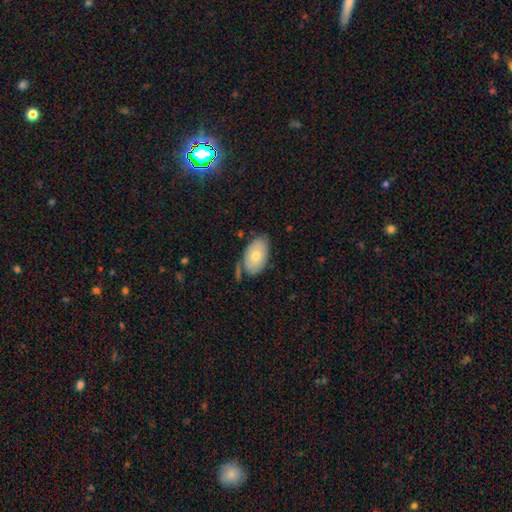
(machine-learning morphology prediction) This appears to be a smooth galaxy with no disk features (73%) that is in between round and cigar-shaped (93%). Merging: none (70%).